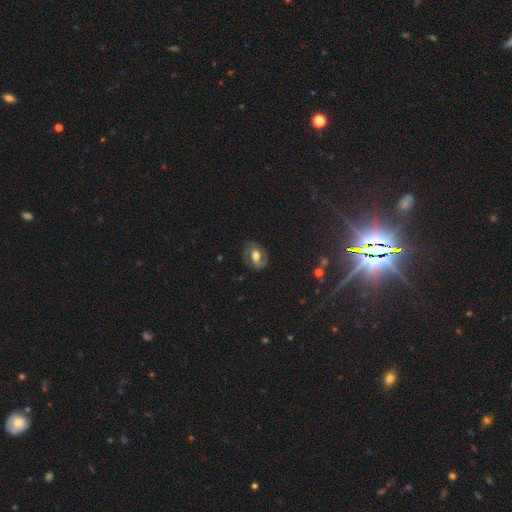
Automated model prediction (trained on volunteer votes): smooth-or-featured: featured or disk: 62% | smooth: 29% | star or artifact: 9%
  disk-edge-on: no: 95% | yes: 5%
    bar: weak: 40% | no: 39% | strong: 21%
    has-spiral-arms: yes: 83% | no: 17%
    bulge-size: moderate: 61% | large: 26% | small: 9% | dominant: 2% | none: 2%
  merging: none: 75% | minor disturbance: 17% | major disturbance: 7% | merger: 1%